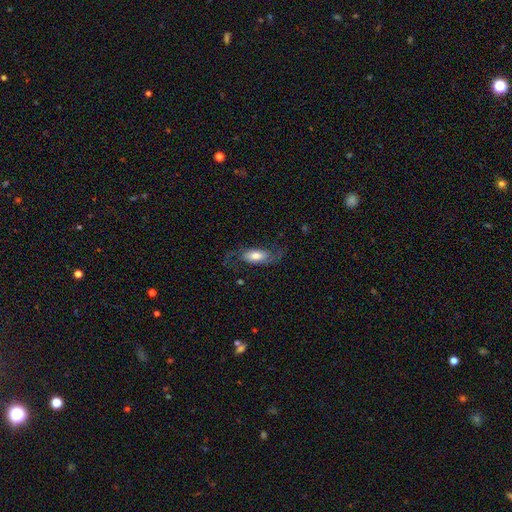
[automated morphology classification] Smooth or featured? featured or disk (58%)
Edge-on disk? no (88%)
Bar? no (53%)
Spiral arms? yes (89%)
Bulge size? moderate (48%)
Merging? none (62%)